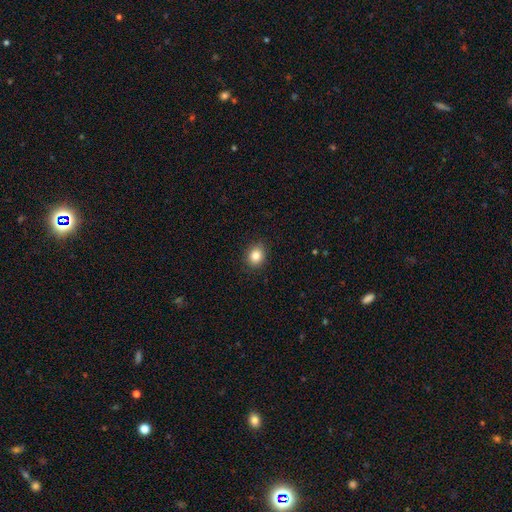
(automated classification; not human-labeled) smooth-or-featured: smooth: 85% | star or artifact: 10% | featured or disk: 5%
  how-rounded: round: 63% | in between: 36% | cigar-shaped: 1%
  merging: none: 89% | minor disturbance: 8% | major disturbance: 2% | merger: 1%